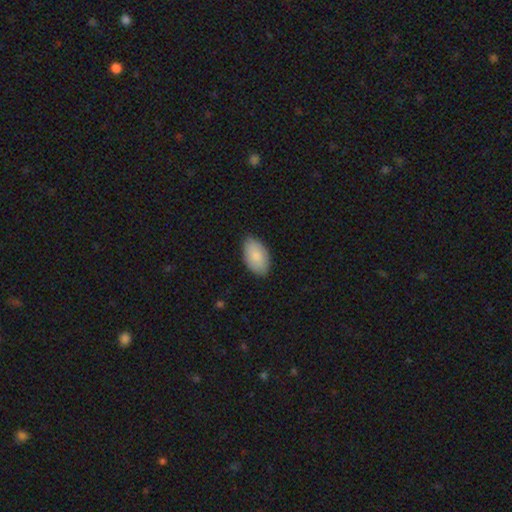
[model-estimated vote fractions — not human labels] smooth-or-featured: smooth: 86% | featured or disk: 9% | star or artifact: 6%
  how-rounded: in between: 95% | round: 3% | cigar-shaped: 2%
  merging: none: 83% | minor disturbance: 14% | major disturbance: 2% | merger: 1%